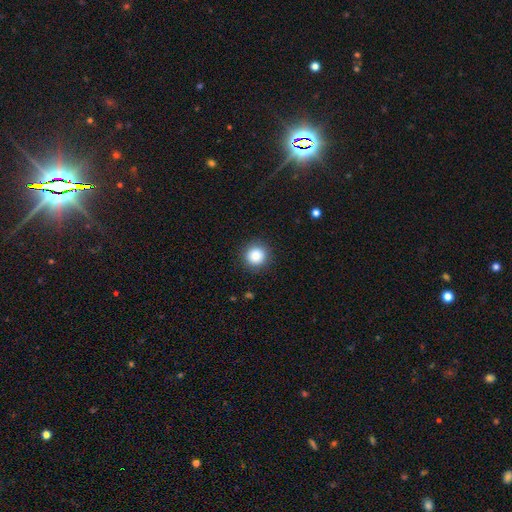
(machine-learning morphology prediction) type=smooth (86%); roundness=round (94%); merging=none (90%).